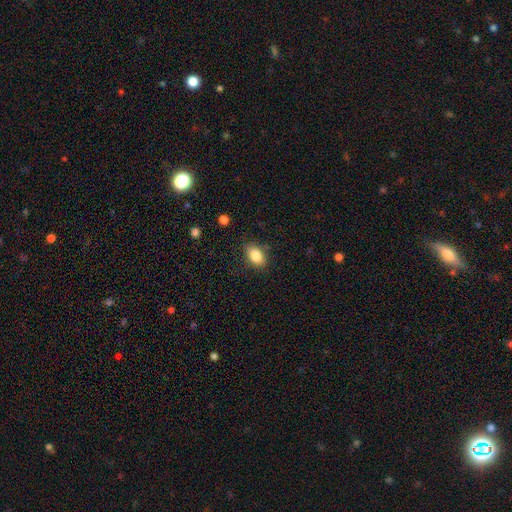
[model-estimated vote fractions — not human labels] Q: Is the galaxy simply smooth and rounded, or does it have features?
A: smooth — 85%.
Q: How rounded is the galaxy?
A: in between — 85%.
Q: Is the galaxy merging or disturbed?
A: none — 81%.